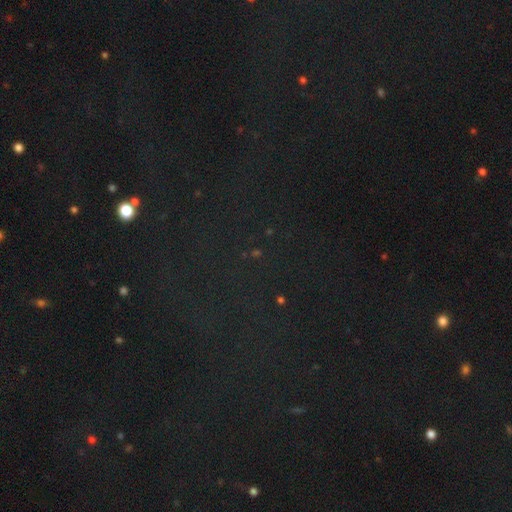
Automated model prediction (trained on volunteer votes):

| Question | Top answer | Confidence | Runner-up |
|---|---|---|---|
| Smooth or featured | star or artifact | 80% | smooth (13%) |